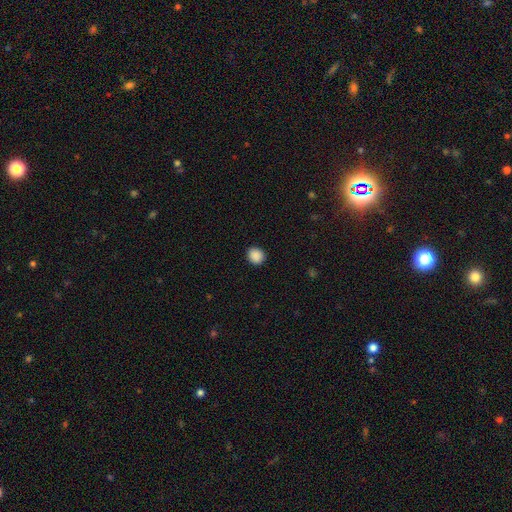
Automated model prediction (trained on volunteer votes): smooth 89%, star or artifact 9%, featured or disk 2%. Down the decision tree: how rounded — round (82%); merging — none (91%).